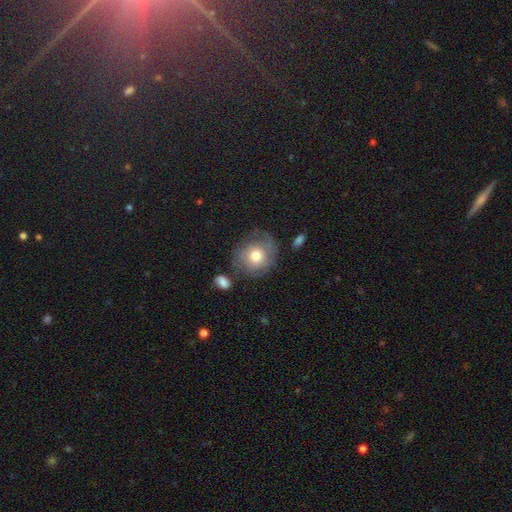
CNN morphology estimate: smooth 66%, featured or disk 25%, star or artifact 8%. Down the decision tree: how rounded — round (85%); merging — none (63%).